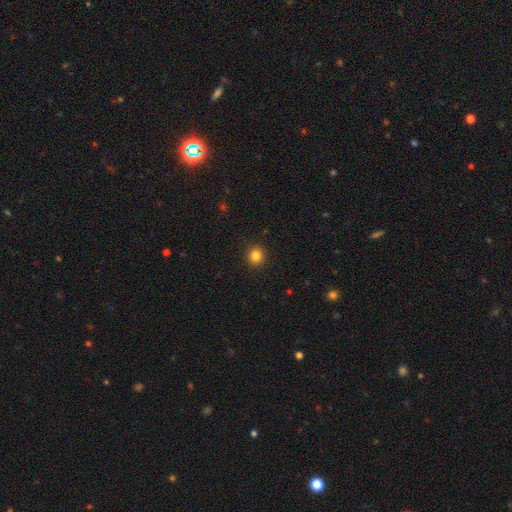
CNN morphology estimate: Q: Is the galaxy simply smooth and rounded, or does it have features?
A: smooth — 84%.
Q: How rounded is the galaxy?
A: round — 87%.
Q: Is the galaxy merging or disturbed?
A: none — 92%.